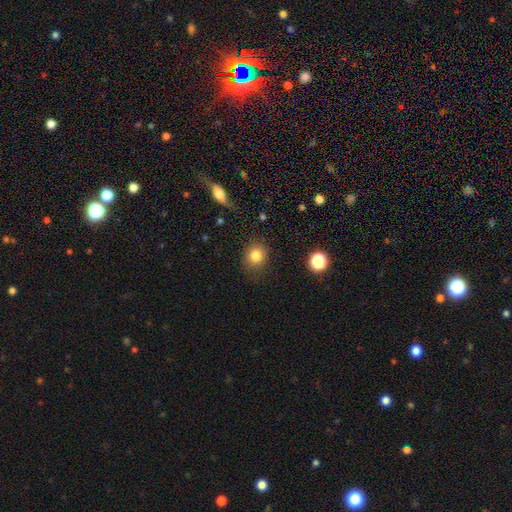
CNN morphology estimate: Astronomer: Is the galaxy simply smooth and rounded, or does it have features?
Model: smooth — 83%.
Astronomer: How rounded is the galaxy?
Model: round — 77%.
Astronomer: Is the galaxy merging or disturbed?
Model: none — 84%.